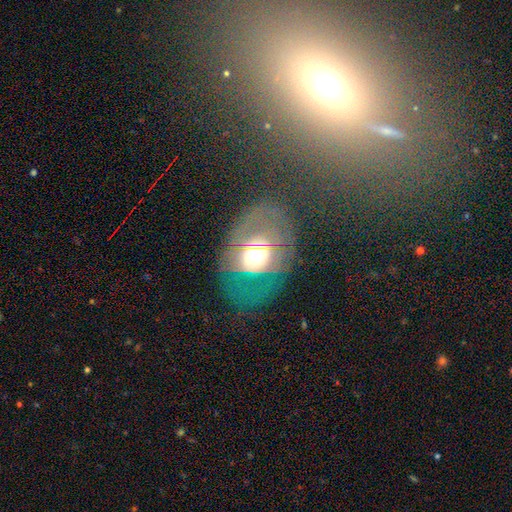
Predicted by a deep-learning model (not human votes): A featured or disk galaxy (54%) with no bar (79%), no spiral arms (63%) and a moderate central bulge (51%).

Vote fractions:
- Smooth or featured? featured or disk: 54% / smooth: 33% / star or artifact: 13%
- Edge-on disk? no: 94% / yes: 6%
- Bar? no: 79% / weak: 15% / strong: 6%
- Spiral arms? no: 63% / yes: 37%
- Bulge size? moderate: 51% / large: 34% / dominant: 9% / small: 5% / none: 1%
- Merging? major disturbance: 54% / none: 25% / minor disturbance: 17% / merger: 3%